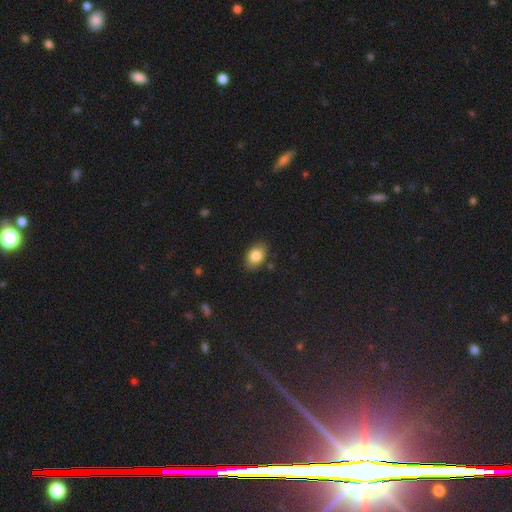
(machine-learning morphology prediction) This appears to be a smooth galaxy with no disk features (83%) that is in between round and cigar-shaped (85%). Merging: none (83%).